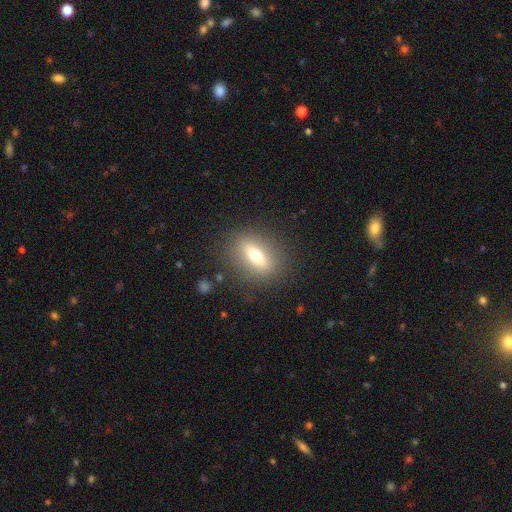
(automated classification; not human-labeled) A smooth galaxy with no disk features (60%) that is in between round and cigar-shaped (64%). Merging: none (84%).